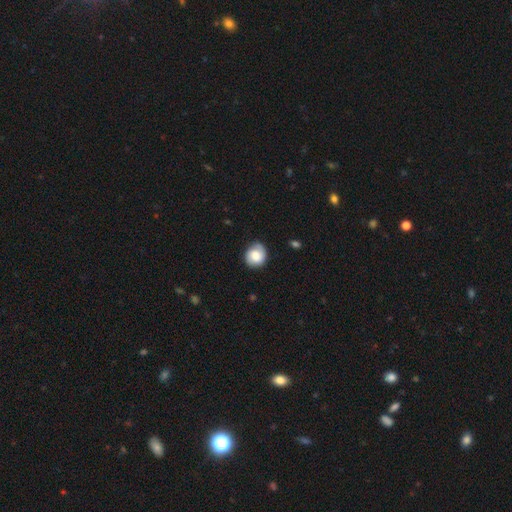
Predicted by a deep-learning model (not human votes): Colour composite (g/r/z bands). It shows a smooth galaxy with no disk features (63%) that is round (76%). Merging: none (77%).